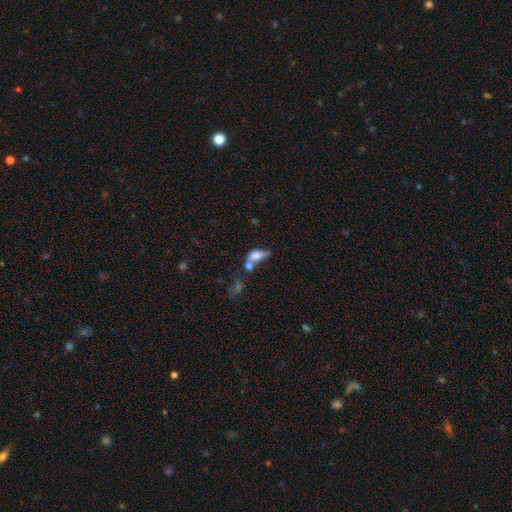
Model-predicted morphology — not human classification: The model was most divided on "merging": merger: 54%, none: 18%, major disturbance: 15%, minor disturbance: 13%. More confident: how rounded — in between (78%); smooth or featured — smooth (65%).